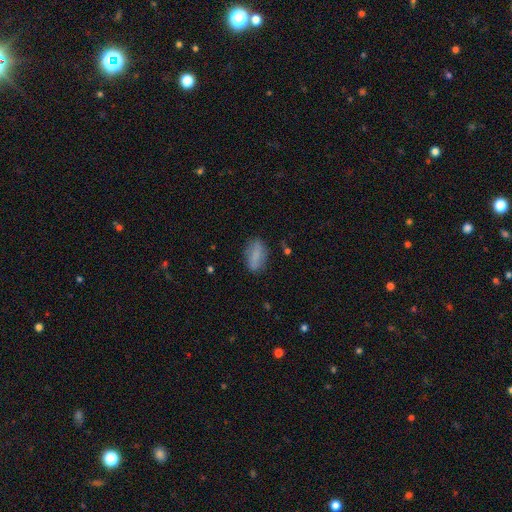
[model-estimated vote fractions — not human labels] A smooth galaxy with no disk features (77%) that is in between round and cigar-shaped (80%).

Vote fractions:
- Smooth or featured? smooth: 77% / featured or disk: 15% / star or artifact: 8%
- How rounded? in between: 80% / cigar-shaped: 15% / round: 5%
- Merging? none: 77% / minor disturbance: 17% / major disturbance: 5% / merger: 2%